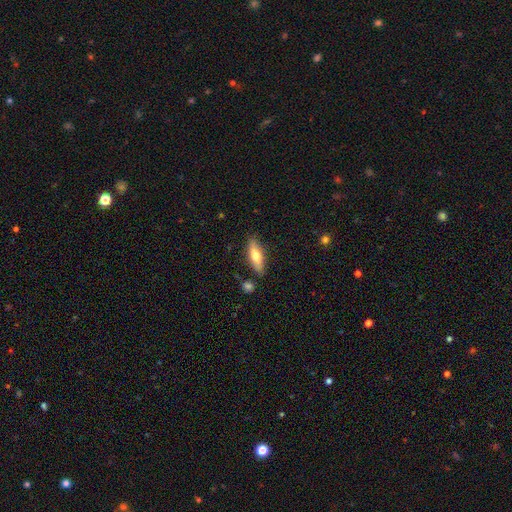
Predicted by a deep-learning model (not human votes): Q: Smooth or featured?
A: smooth (60%); runner-up: featured or disk (34%)
Q: How rounded?
A: in between (50%); runner-up: cigar-shaped (47%)
Q: Merging?
A: none (83%); runner-up: minor disturbance (11%)